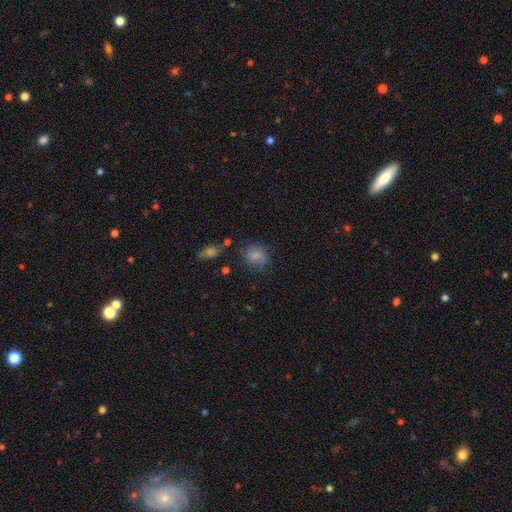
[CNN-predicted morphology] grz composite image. It shows a smooth galaxy with no disk features (79%) that is round (69%). Merging: none (72%).